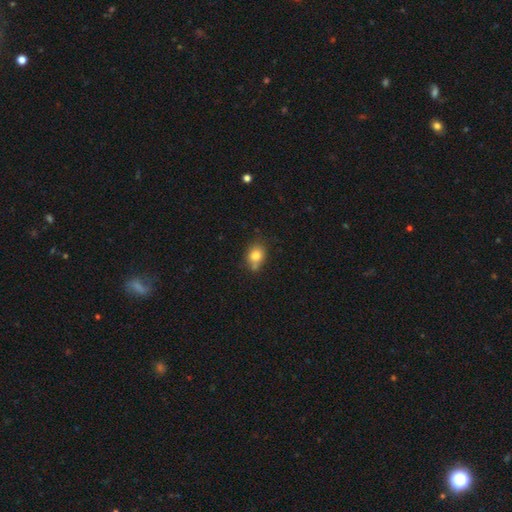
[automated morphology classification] type=smooth (80%); roundness=in between (50%); merging=none (62%).